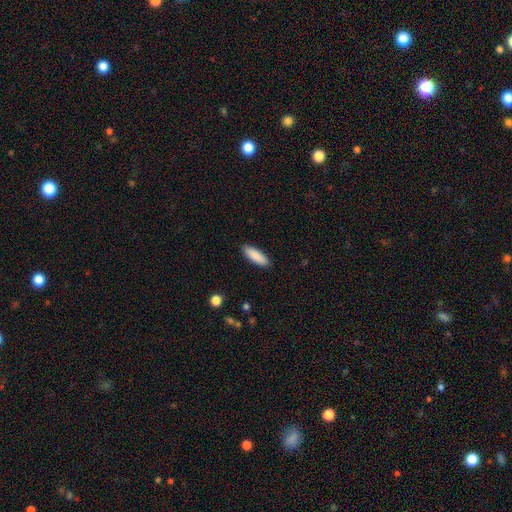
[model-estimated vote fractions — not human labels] smooth 90%, star or artifact 6%, featured or disk 5%. Down the decision tree: how rounded — in between (58%); merging — none (90%).